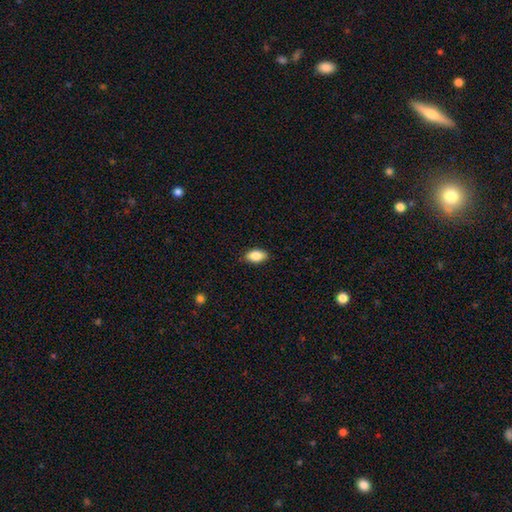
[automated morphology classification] type=smooth (85%); roundness=in between (91%); merging=none (87%).